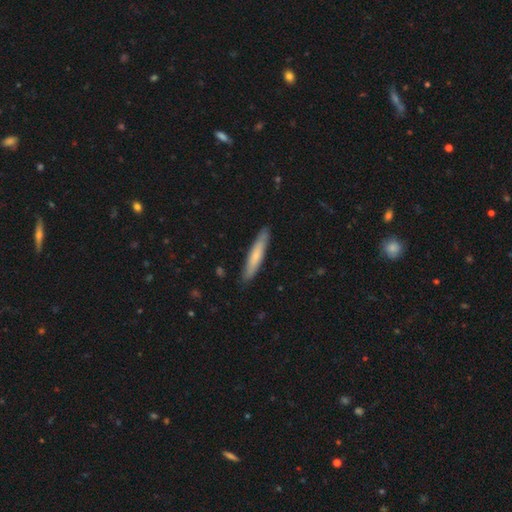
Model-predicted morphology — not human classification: A smooth galaxy with no disk features (67%) that is cigar-shaped (93%).

Vote fractions:
- Smooth or featured? smooth: 67% / featured or disk: 28% / star or artifact: 5%
- How rounded? cigar-shaped: 93% / in between: 6% / round: 1%
- Merging? none: 88% / minor disturbance: 9% / major disturbance: 2% / merger: 1%